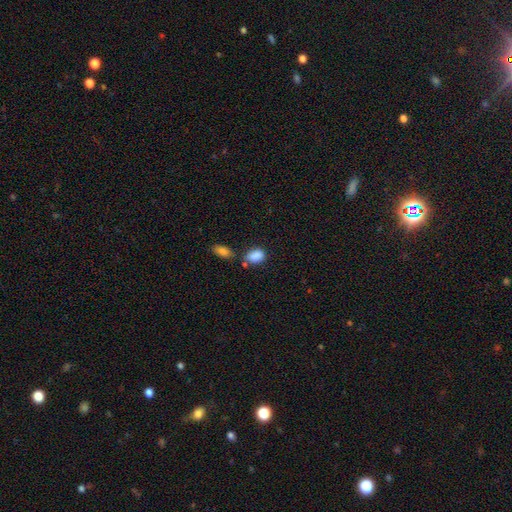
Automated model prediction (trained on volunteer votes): Smooth or featured: smooth — 87% (star or artifact — 8%)
How rounded: in between — 82% (round — 16%)
Merging: none — 52% (minor disturbance — 22%)